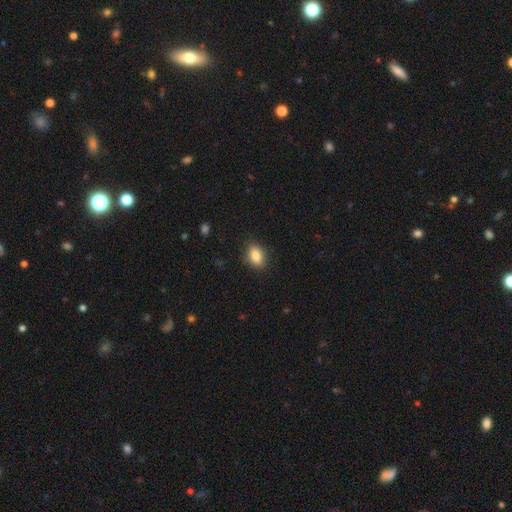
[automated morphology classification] smooth-or-featured: smooth: 86% | star or artifact: 8% | featured or disk: 6%
  how-rounded: in between: 80% | round: 18% | cigar-shaped: 2%
  merging: none: 87% | minor disturbance: 9% | major disturbance: 2% | merger: 1%